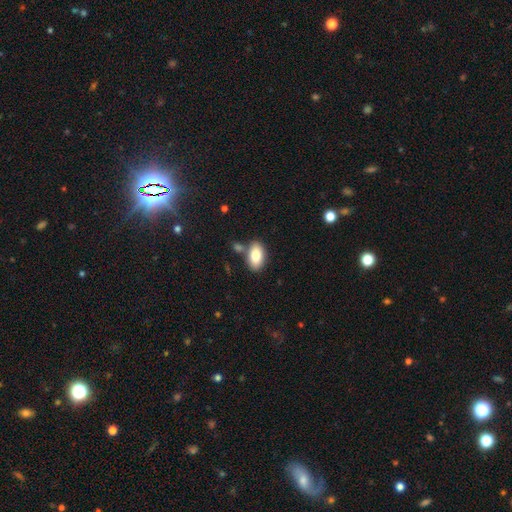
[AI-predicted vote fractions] Overall: smooth (82%). How rounded: in between (93%). Merging: none (73%).